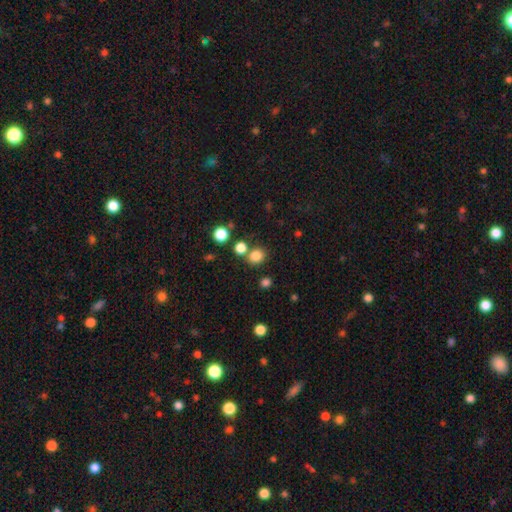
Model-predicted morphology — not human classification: Smooth or featured: smooth — 82% (star or artifact — 13%)
How rounded: round — 79% (in between — 20%)
Merging: none — 73% (merger — 16%)